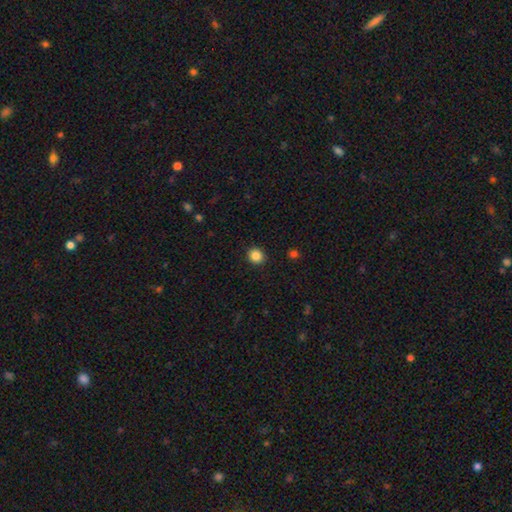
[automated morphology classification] This is clearly a smooth galaxy (86%). How rounded: clearly round (84%). Merging: clearly none (92%).